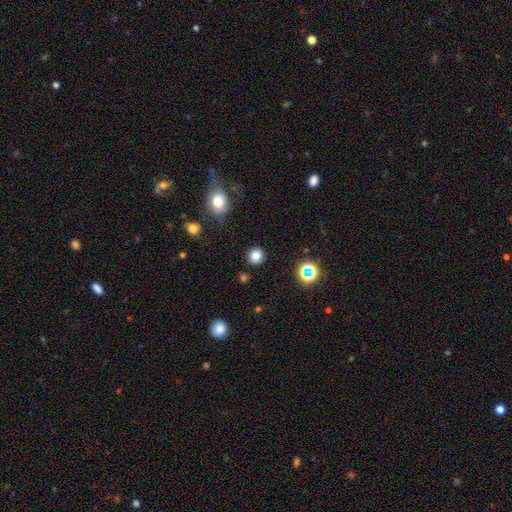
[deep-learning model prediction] smooth-or-featured: smooth: 80% | star or artifact: 15% | featured or disk: 5%
  how-rounded: round: 87% | in between: 12% | cigar-shaped: 1%
  merging: none: 90% | minor disturbance: 6% | major disturbance: 2% | merger: 2%